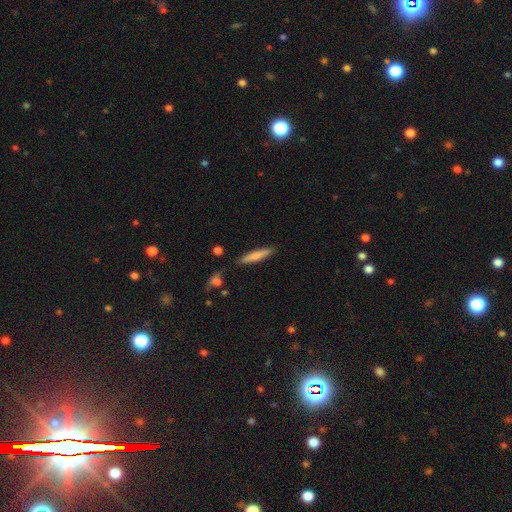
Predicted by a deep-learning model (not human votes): Smooth or featured? Predicted: smooth (p=0.74). How rounded? Predicted: cigar-shaped (p=0.88). Merging? Predicted: none (p=0.85).